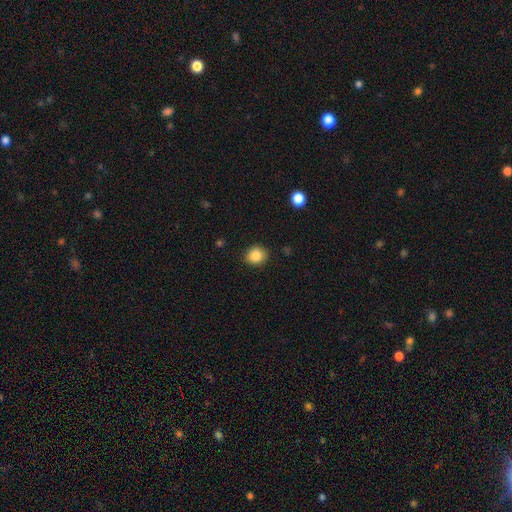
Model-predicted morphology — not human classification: The model was most divided on "how rounded": round: 78%, in between: 21%, cigar-shaped: 1%. More confident: merging — none (88%); smooth or featured — smooth (86%).